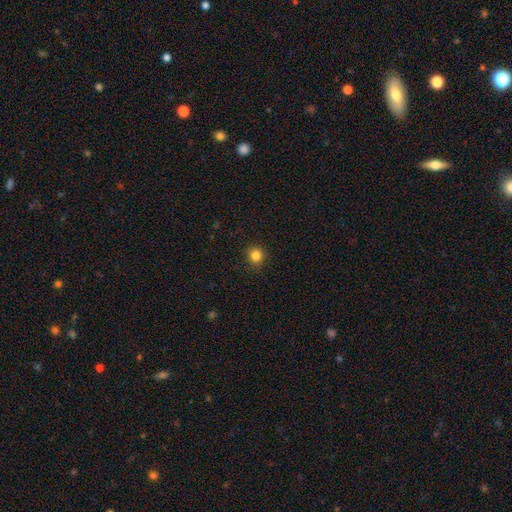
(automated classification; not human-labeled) smooth 84%, star or artifact 12%, featured or disk 4%. Down the decision tree: how rounded — round (91%); merging — none (90%).